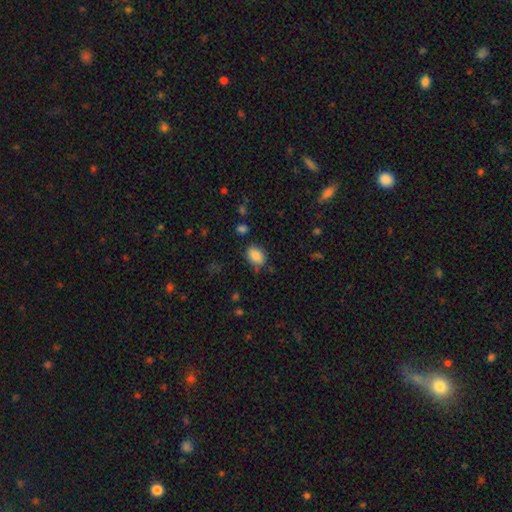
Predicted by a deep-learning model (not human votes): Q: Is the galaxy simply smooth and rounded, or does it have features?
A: smooth — 86%.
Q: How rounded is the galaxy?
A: in between — 76%.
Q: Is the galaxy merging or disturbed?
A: none — 74%.